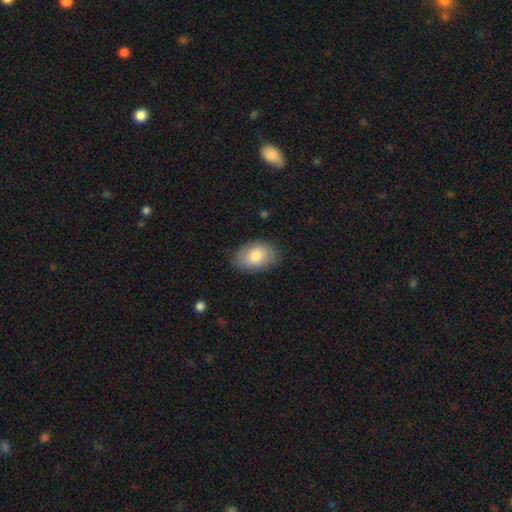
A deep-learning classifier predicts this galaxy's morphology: A smooth galaxy with no disk features (80%) that is in between round and cigar-shaped (86%). Merging: none (81%).